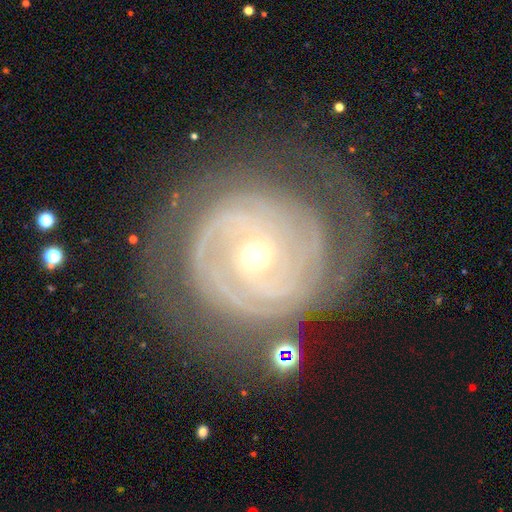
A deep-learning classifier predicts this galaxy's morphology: type=featured or disk (88%); edge-on=no (97%); bar=no (68%); spiral arms=yes (96%); winding=tight (79%); arm count=2 (34%); bulge=small (77%); merging=none (67%).